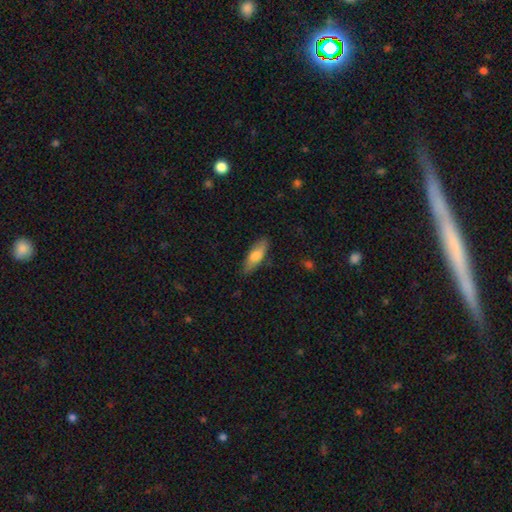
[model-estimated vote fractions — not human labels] smooth 72%, featured or disk 22%, star or artifact 6%. Down the decision tree: how rounded — in between (56%); merging — none (82%).